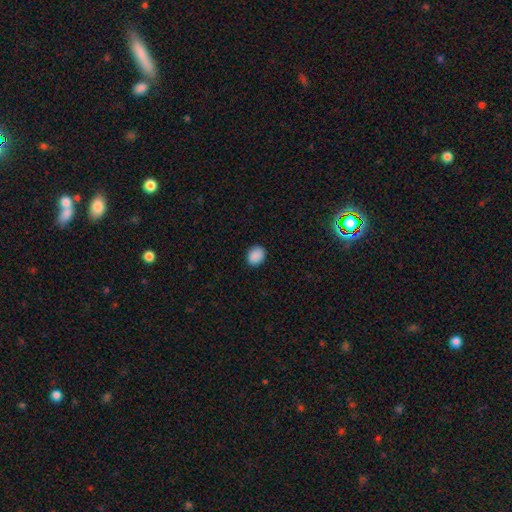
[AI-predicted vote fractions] smooth-or-featured: smooth: 89% | star or artifact: 8% | featured or disk: 3%
  how-rounded: in between: 55% | round: 44% | cigar-shaped: 1%
  merging: none: 88% | minor disturbance: 9% | major disturbance: 2% | merger: 1%